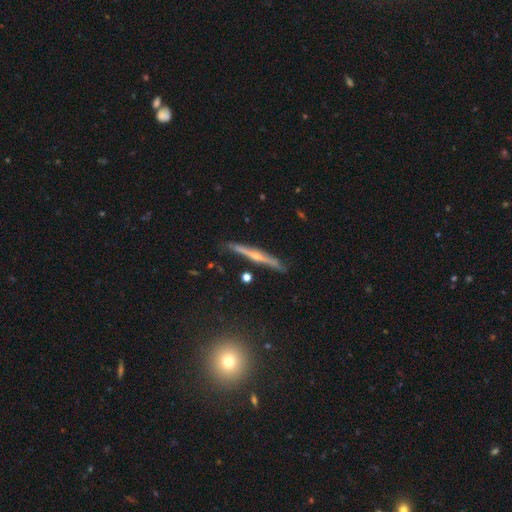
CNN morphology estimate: A featured or disk galaxy (77%) viewed edge-on (97%) with a rounded central bulge (81%).

Vote fractions:
- Smooth or featured? featured or disk: 77% / smooth: 16% / star or artifact: 7%
- Edge-on disk? yes: 97% / no: 3%
- Edge-on bulge? rounded: 81% / none: 14% / boxy: 5%
- Merging? none: 87% / minor disturbance: 9% / merger: 2% / major disturbance: 2%